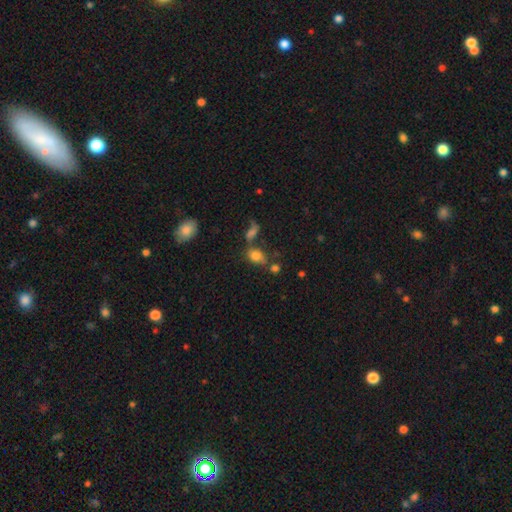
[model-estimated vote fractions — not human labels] smooth_or_featured: smooth (p=0.73) [alt: star or artifact p=0.15]
how_rounded: in between (p=0.74) [alt: round p=0.23]
merging: none (p=0.45) [alt: merger p=0.29]